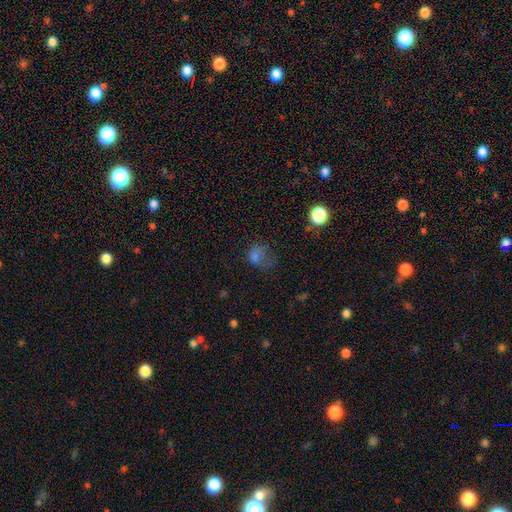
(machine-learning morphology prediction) Smooth or featured?
  - smooth: 64% *
  - star or artifact: 21%
  - featured or disk: 16%
How rounded?
  - round: 51% *
  - in between: 47%
  - cigar-shaped: 1%
Merging?
  - major disturbance: 41% *
  - none: 30%
  - minor disturbance: 24%
  - merger: 5%